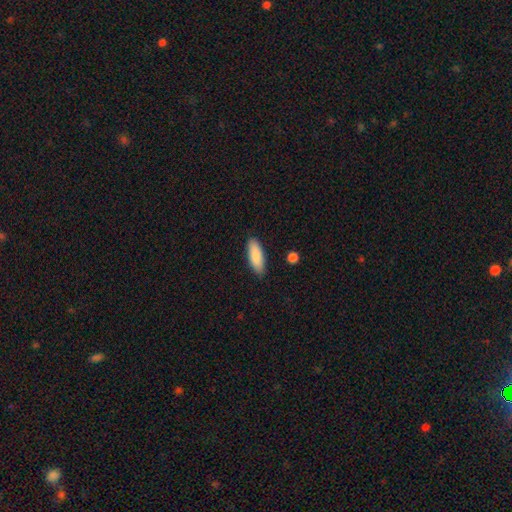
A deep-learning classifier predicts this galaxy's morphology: smooth 88%, featured or disk 7%, star or artifact 6%. Down the decision tree: how rounded — in between (67%); merging — none (88%).